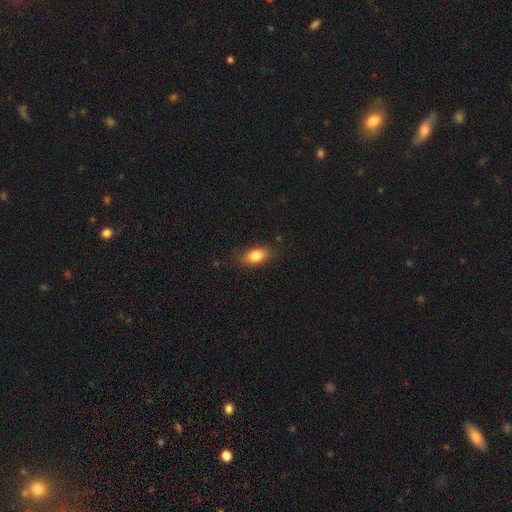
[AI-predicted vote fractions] smooth 81%, featured or disk 11%, star or artifact 8%. Down the decision tree: how rounded — in between (85%); merging — none (82%).